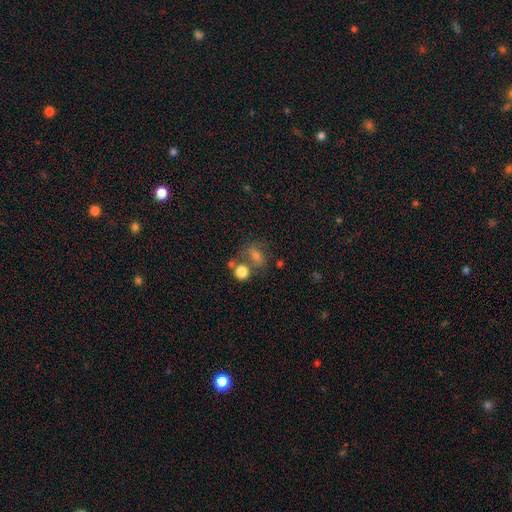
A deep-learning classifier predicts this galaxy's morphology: This is possibly a smooth galaxy (55%). How rounded: possibly in between (52%). Merging: possibly none (53%).